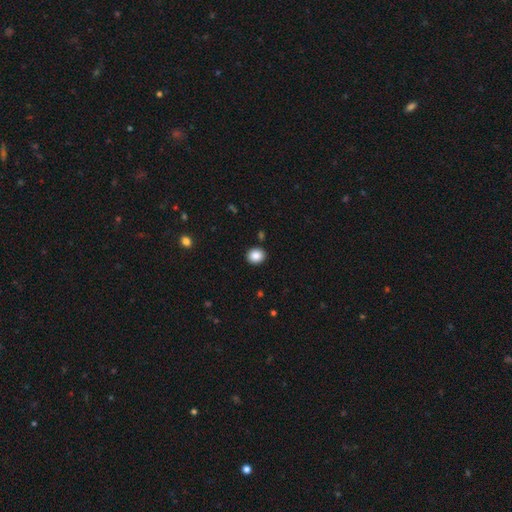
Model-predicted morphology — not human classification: Smooth or featured?
  - smooth: 87% *
  - star or artifact: 9%
  - featured or disk: 4%
How rounded?
  - round: 77% *
  - in between: 22%
  - cigar-shaped: 1%
Merging?
  - none: 91% *
  - minor disturbance: 6%
  - major disturbance: 2%
  - merger: 2%